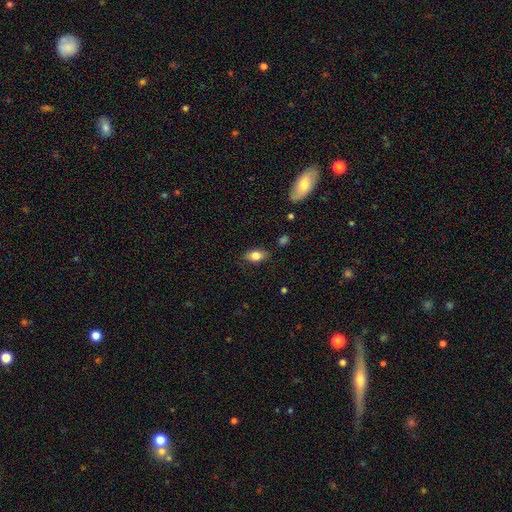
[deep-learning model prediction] Overall: smooth (80%). How rounded: in between (87%). Merging: none (81%).